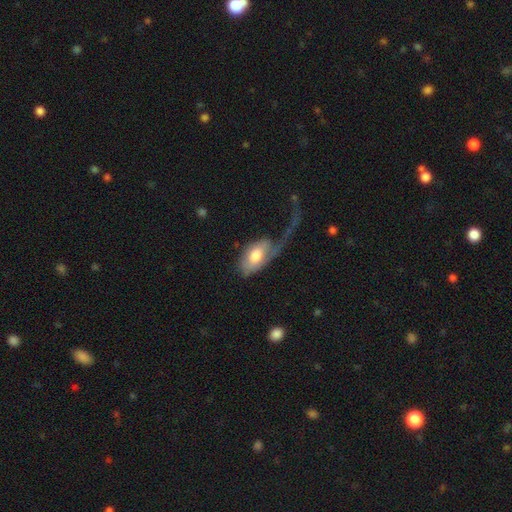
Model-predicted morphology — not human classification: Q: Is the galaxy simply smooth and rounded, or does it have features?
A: smooth — 56%.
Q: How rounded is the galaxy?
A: in between — 93%.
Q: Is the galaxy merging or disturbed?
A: major disturbance — 60%.